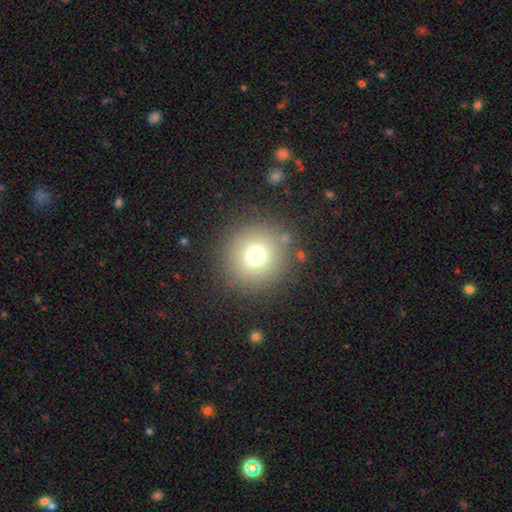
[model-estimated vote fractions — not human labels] smooth-or-featured: smooth: 72% | star or artifact: 17% | featured or disk: 10%
  how-rounded: round: 95% | in between: 4% | cigar-shaped: 1%
  merging: none: 86% | minor disturbance: 7% | major disturbance: 4% | merger: 3%